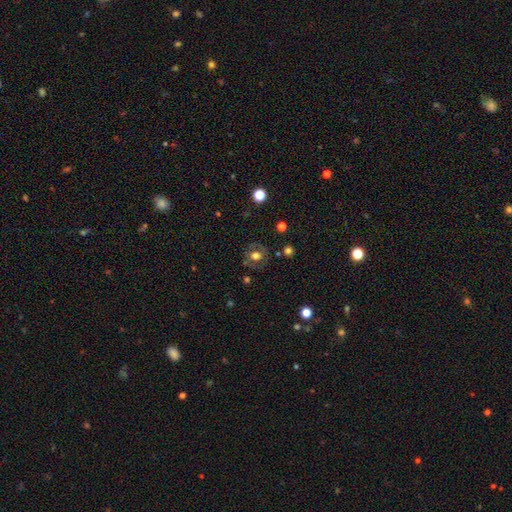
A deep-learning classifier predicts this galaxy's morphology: Smooth or featured? Predicted: smooth (p=0.55). How rounded? Predicted: round (p=0.77). Merging? Predicted: none (p=0.79).